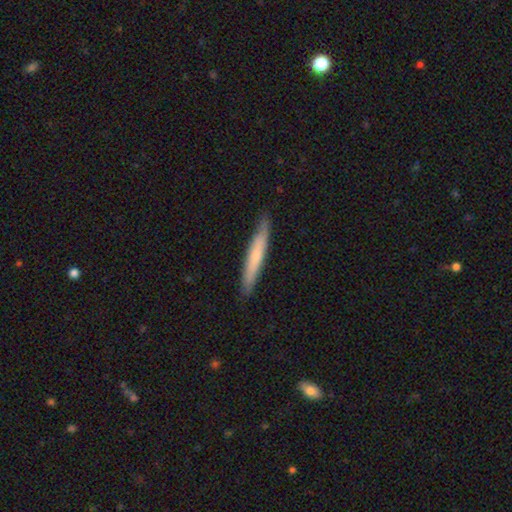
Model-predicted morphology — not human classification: The model was most divided on "smooth or featured": smooth: 58%, featured or disk: 37%, star or artifact: 5%. More confident: how rounded — cigar-shaped (95%); merging — none (88%).